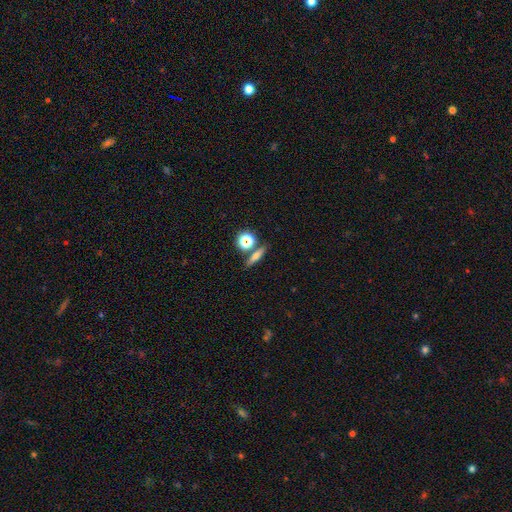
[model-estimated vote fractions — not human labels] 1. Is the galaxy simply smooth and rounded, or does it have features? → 60% smooth, 27% featured or disk, 12% star or artifact.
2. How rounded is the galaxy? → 52% cigar-shaped, 24% round, 24% in between.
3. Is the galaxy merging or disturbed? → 74% none, 13% merger, 9% minor disturbance, 3% major disturbance.